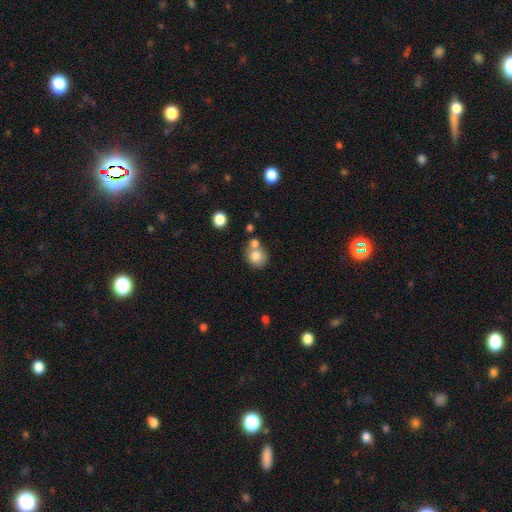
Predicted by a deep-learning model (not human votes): Overall: smooth (78%). How rounded: round (82%). Merging: none (51%; merger 35%).